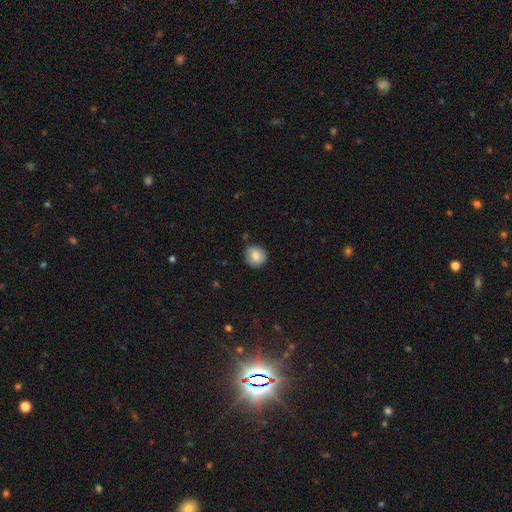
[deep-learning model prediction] smooth 80%, featured or disk 12%, star or artifact 8%. Down the decision tree: how rounded — round (83%); merging — none (80%).